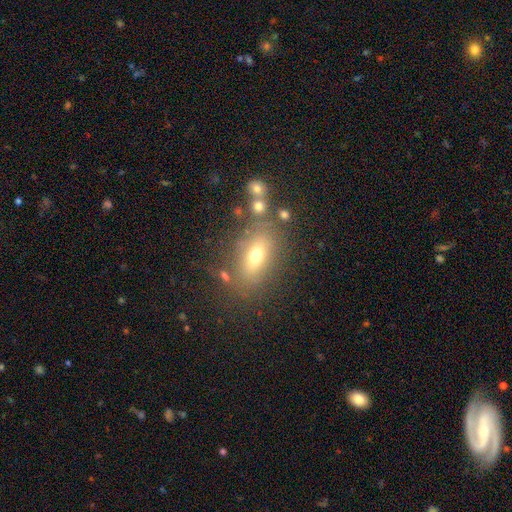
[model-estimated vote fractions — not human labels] Morphology: type=smooth (63%); roundness=in between (77%); merging=none (72%).